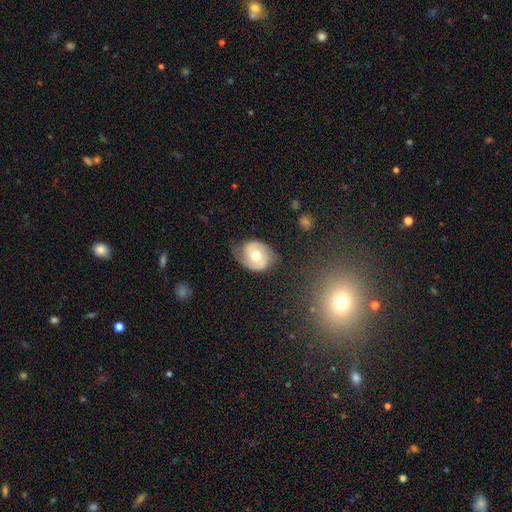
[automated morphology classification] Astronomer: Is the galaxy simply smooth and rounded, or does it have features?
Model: featured or disk — 66%.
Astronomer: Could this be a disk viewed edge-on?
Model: no — 97%.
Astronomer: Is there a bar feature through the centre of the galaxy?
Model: no — 69%.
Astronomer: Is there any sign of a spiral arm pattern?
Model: yes — 84%.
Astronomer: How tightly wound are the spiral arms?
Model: tight — 43% (runner-up: medium, 40%).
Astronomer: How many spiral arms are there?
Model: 2 — 79%.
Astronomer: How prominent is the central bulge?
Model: moderate — 77%.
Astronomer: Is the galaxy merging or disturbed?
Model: none — 62%.